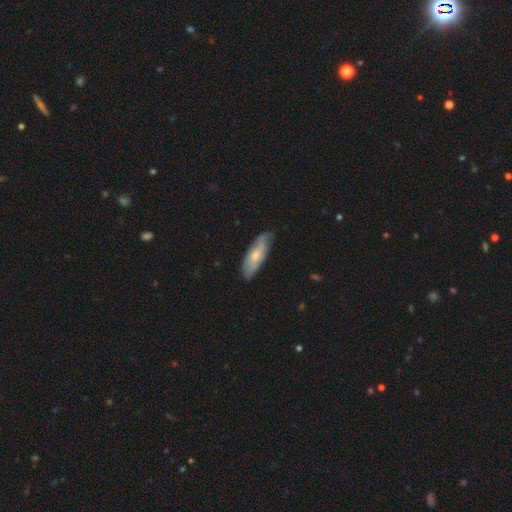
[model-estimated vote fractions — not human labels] Q: Smooth or featured?
A: smooth (53%); runner-up: featured or disk (42%)
Q: How rounded?
A: in between (57%); runner-up: cigar-shaped (41%)
Q: Merging?
A: none (73%); runner-up: minor disturbance (22%)